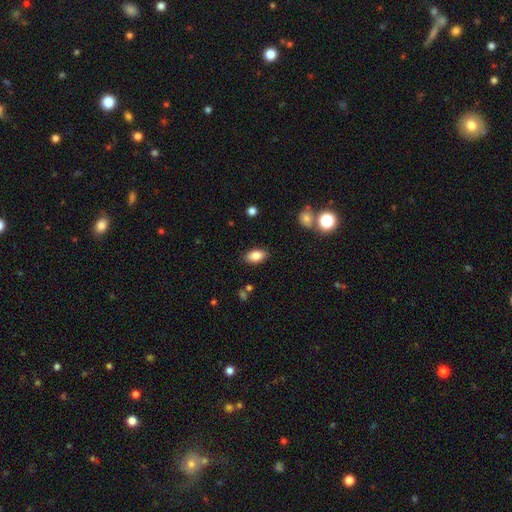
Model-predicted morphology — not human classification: Overall: smooth (84%). How rounded: in between (91%). Merging: none (86%).